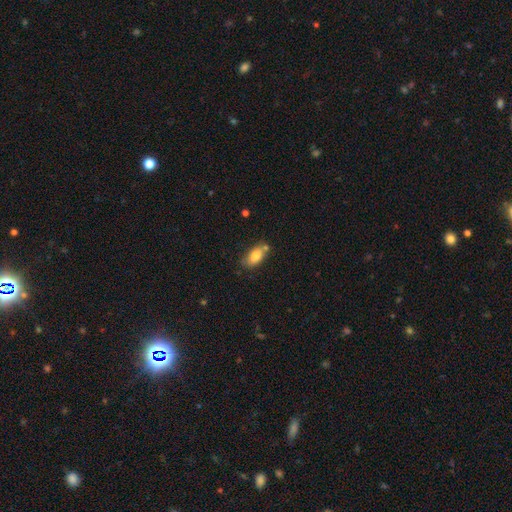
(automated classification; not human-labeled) Smooth or featured? smooth (81%)
How rounded? in between (88%)
Merging? none (64%)